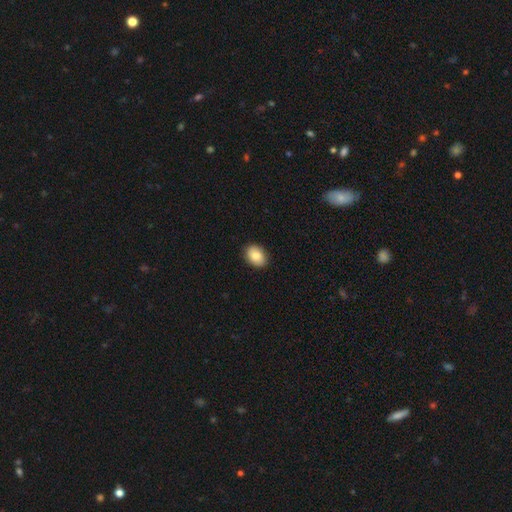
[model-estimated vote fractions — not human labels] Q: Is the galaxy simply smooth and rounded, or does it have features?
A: smooth — 84%.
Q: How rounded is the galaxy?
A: in between — 74%.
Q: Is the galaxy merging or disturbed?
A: none — 90%.